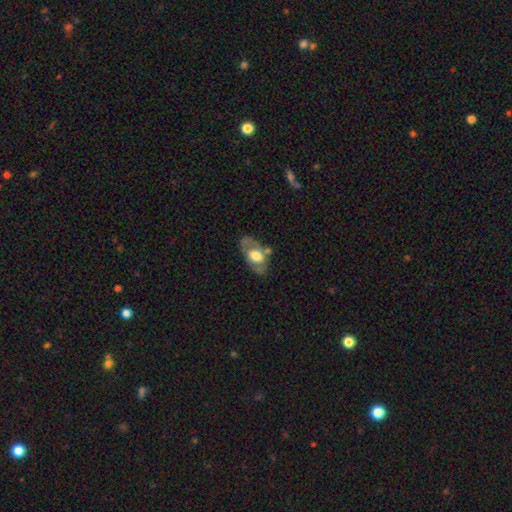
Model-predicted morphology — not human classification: Smooth or featured?
  - featured or disk: 51% *
  - smooth: 43%
  - star or artifact: 6%
Edge-on disk?
  - no: 87% *
  - yes: 13%
Merging?
  - none: 64% *
  - minor disturbance: 21%
  - major disturbance: 8%
  - merger: 7%